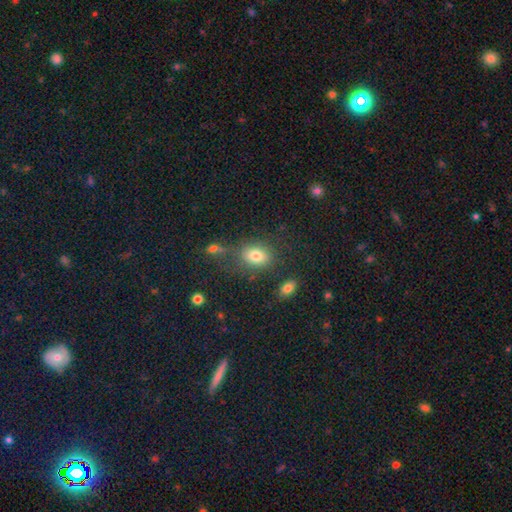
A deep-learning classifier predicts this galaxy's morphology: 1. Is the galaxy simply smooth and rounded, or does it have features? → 77% smooth, 12% star or artifact, 11% featured or disk.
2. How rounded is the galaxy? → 70% in between, 29% round, 2% cigar-shaped.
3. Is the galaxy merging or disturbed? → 70% none, 15% minor disturbance, 8% merger, 7% major disturbance.